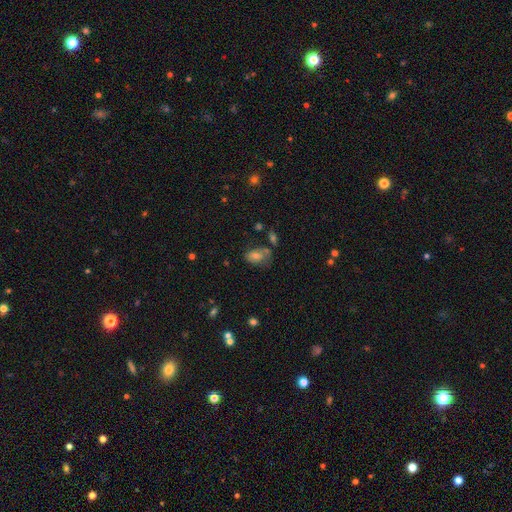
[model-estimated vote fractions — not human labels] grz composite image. It shows a smooth galaxy with no disk features (60%) that is in between round and cigar-shaped (86%). Merging: none (47%).